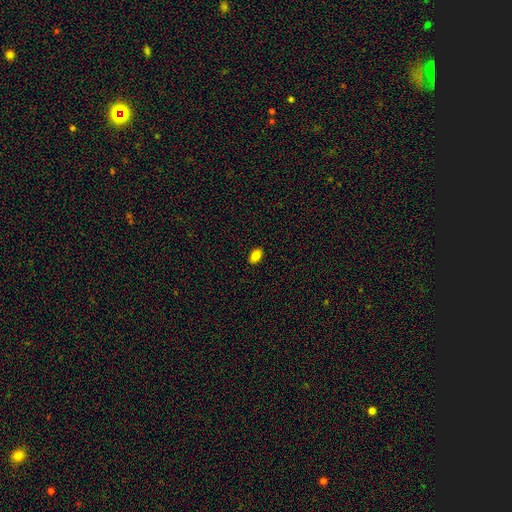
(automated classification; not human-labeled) Q: Smooth or featured?
A: smooth (85%); runner-up: star or artifact (9%)
Q: How rounded?
A: in between (90%); runner-up: round (8%)
Q: Merging?
A: none (89%); runner-up: minor disturbance (8%)